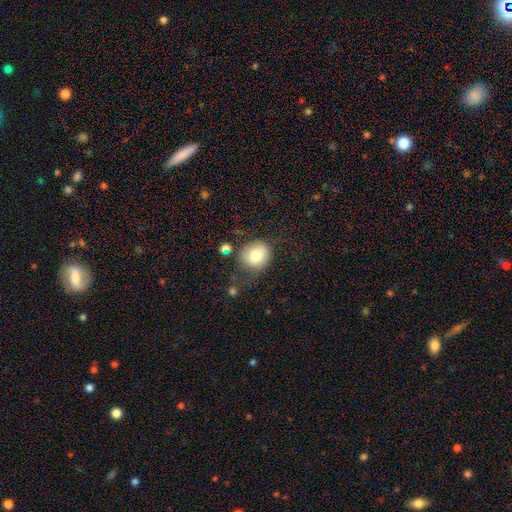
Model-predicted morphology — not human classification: type=smooth (79%); roundness=round (74%); merging=none (64%).